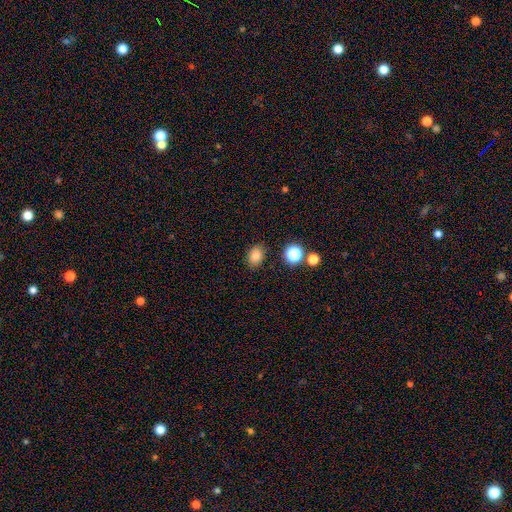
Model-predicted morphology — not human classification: This appears to be a smooth galaxy with no disk features (81%) that is in between round and cigar-shaped (64%). Merging: none (84%).